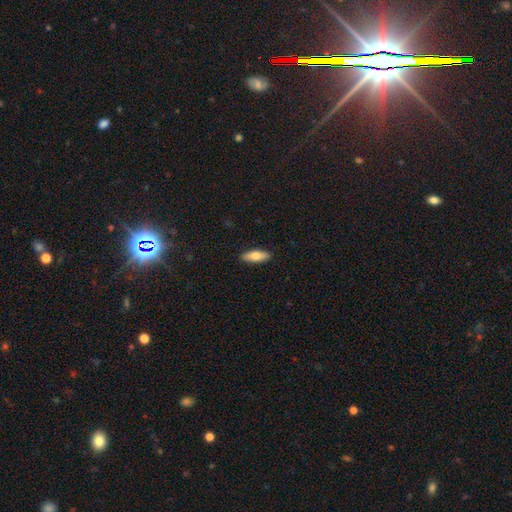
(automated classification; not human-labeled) A smooth galaxy with no disk features (74%) that is in between round and cigar-shaped (63%). Merging: none (90%).